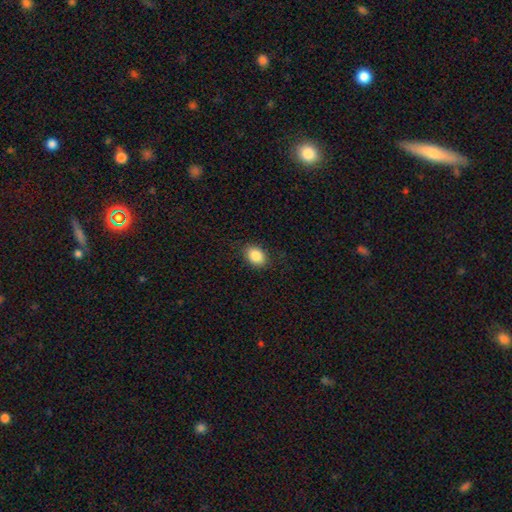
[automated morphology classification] smooth 87%, star or artifact 8%, featured or disk 5%. Down the decision tree: how rounded — in between (78%); merging — none (86%).